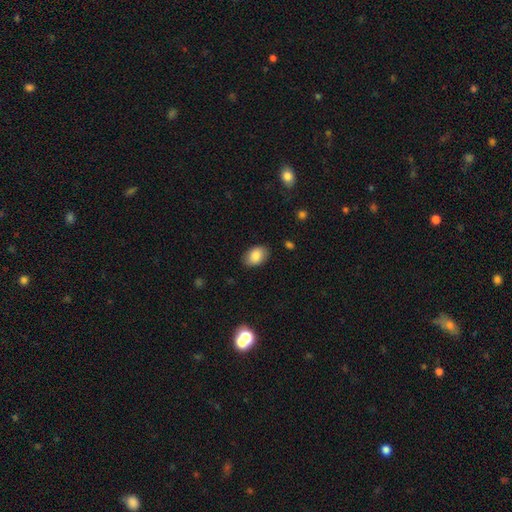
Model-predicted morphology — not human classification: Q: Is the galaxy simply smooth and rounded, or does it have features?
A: smooth — 85%.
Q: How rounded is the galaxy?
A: in between — 84%.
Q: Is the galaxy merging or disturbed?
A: none — 85%.